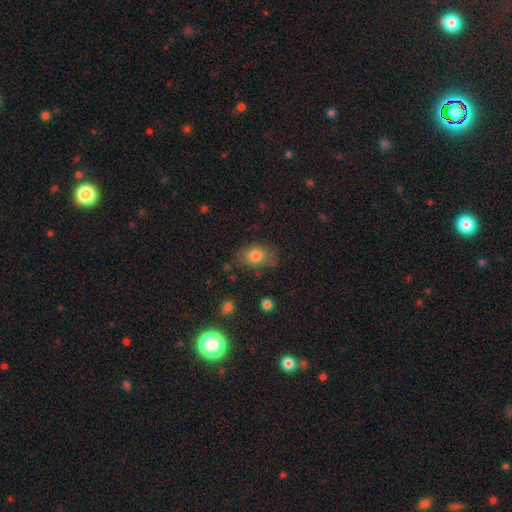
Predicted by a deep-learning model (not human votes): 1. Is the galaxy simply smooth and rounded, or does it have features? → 80% smooth, 10% featured or disk, 10% star or artifact.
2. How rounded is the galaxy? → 67% in between, 32% round, 1% cigar-shaped.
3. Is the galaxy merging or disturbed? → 68% none, 22% minor disturbance, 7% major disturbance, 3% merger.